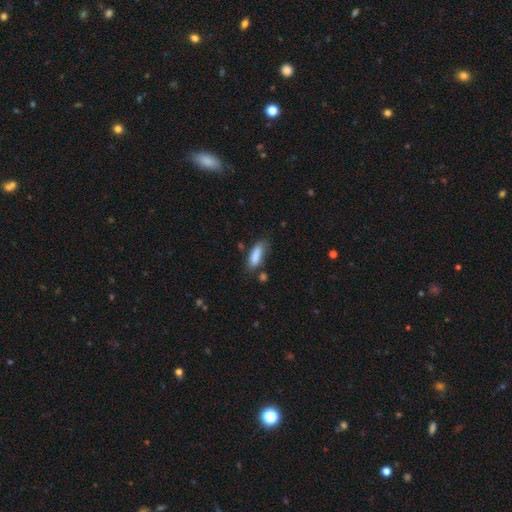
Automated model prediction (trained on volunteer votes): A smooth galaxy with no disk features (85%) that is in between round and cigar-shaped (57%). Merging: none (63%).